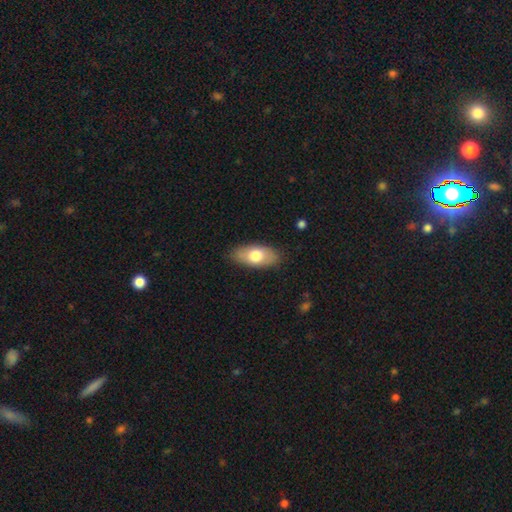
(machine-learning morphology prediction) Overall: smooth (71%). How rounded: in between (88%). Merging: none (85%).